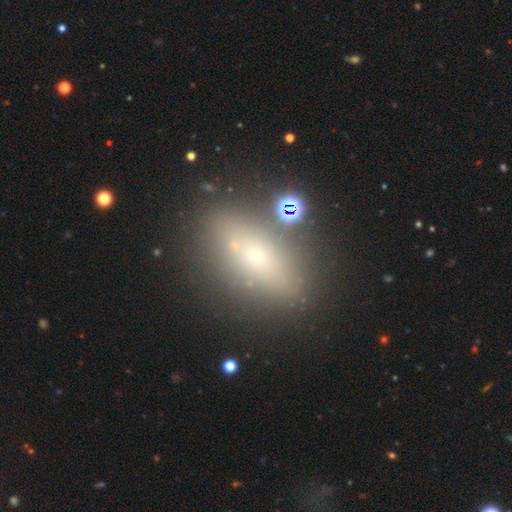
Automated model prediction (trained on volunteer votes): Smooth or featured: smooth — 51% (featured or disk — 31%)
How rounded: in between — 72% (cigar-shaped — 18%)
Merging: none — 77% (minor disturbance — 13%)